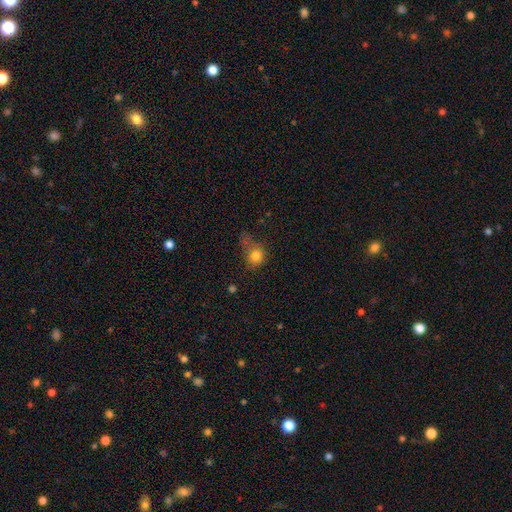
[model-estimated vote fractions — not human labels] Smooth or featured? Predicted: smooth (p=0.79). How rounded? Predicted: round (p=0.72). Merging? Predicted: none (p=0.33).